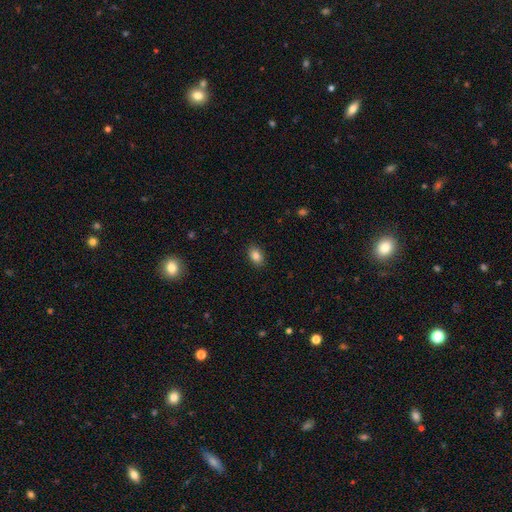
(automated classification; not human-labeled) Morphology: type=smooth (85%); roundness=in between (80%); merging=none (89%).